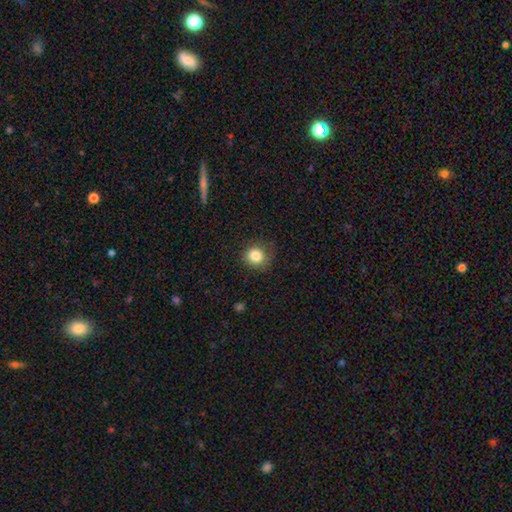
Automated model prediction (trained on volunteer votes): This appears to be a smooth galaxy with no disk features (84%) that is round (89%). Merging: none (75%).